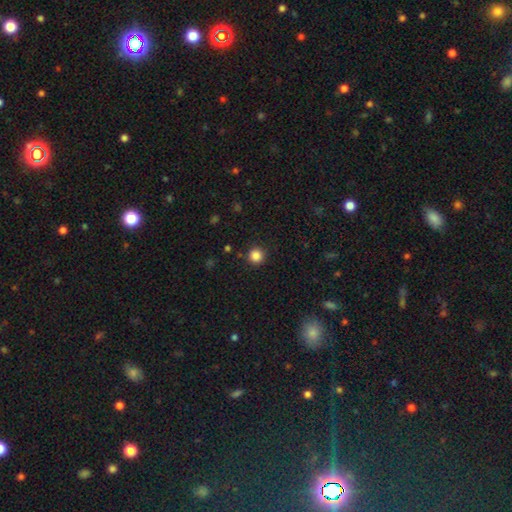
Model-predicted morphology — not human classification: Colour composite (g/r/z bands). It shows a smooth galaxy with no disk features (85%) that is round (95%). Merging: none (91%).